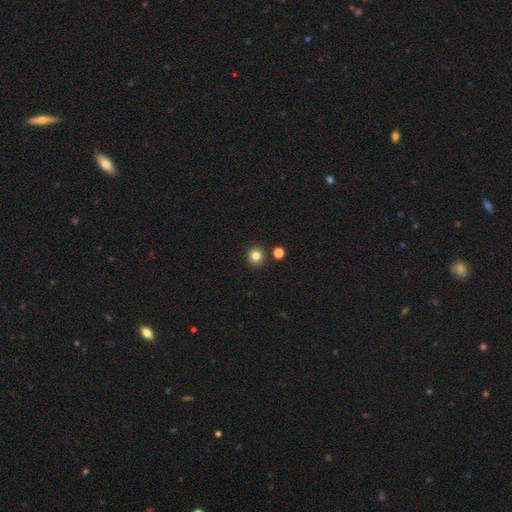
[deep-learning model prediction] Smooth or featured? Predicted: smooth (p=0.81). How rounded? Predicted: round (p=0.90). Merging? Predicted: none (p=0.87).